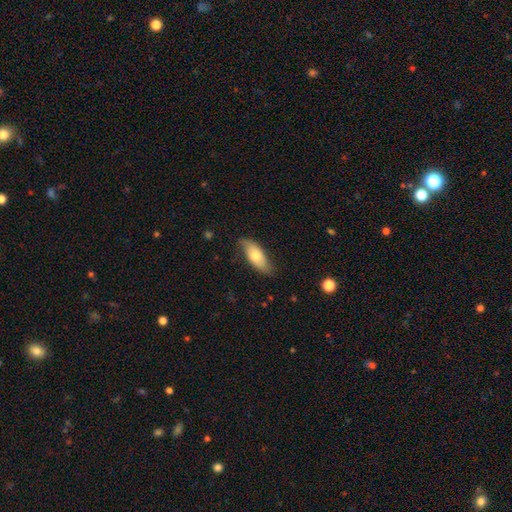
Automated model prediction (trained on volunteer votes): A smooth galaxy with no disk features (68%) that is in between round and cigar-shaped (80%). Merging: none (74%).